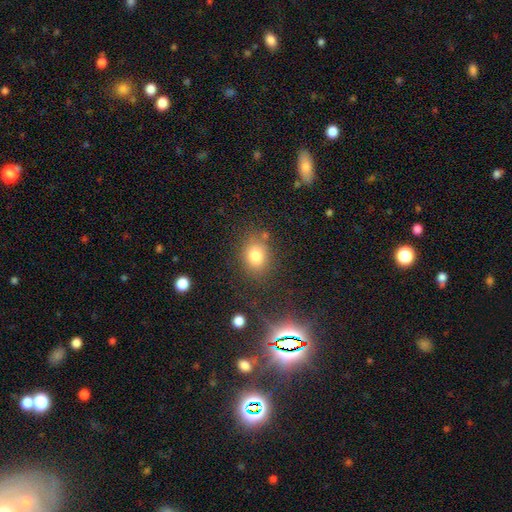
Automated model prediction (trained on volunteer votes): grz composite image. It shows a smooth galaxy with no disk features (81%) that is in between round and cigar-shaped (51%). Merging: none (76%).